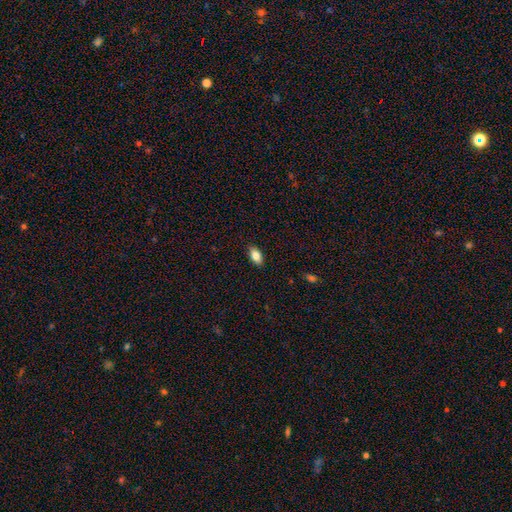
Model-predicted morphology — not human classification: Overall: smooth (83%). How rounded: in between (91%). Merging: none (89%).